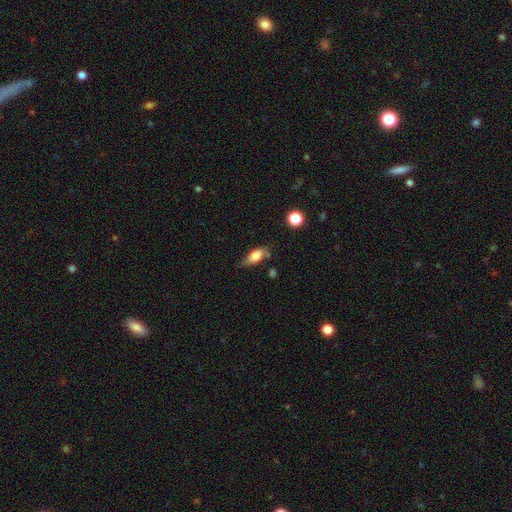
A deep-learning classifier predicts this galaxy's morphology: Smooth or featured: smooth — 69% (featured or disk — 22%)
How rounded: in between — 77% (cigar-shaped — 18%)
Merging: none — 59% (minor disturbance — 29%)